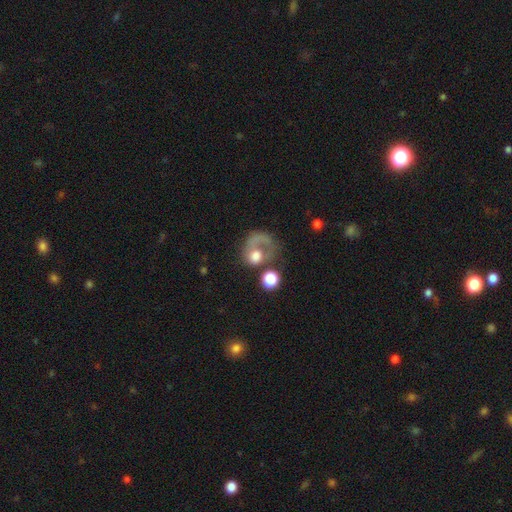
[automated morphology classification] Smooth or featured: smooth — 52% (featured or disk — 37%)
How rounded: round — 65% (in between — 34%)
Merging: major disturbance — 41% (none — 25%)